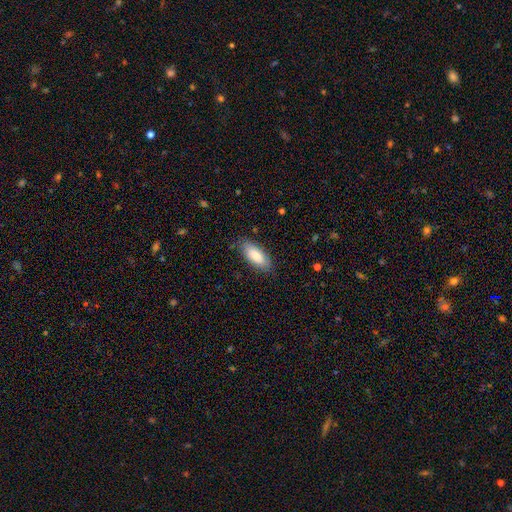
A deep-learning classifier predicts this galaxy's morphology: A smooth galaxy with no disk features (83%) that is in between round and cigar-shaped (81%).

Vote fractions:
- Smooth or featured? smooth: 83% / featured or disk: 11% / star or artifact: 6%
- How rounded? in between: 81% / cigar-shaped: 17% / round: 2%
- Merging? none: 80% / minor disturbance: 16% / major disturbance: 3% / merger: 1%